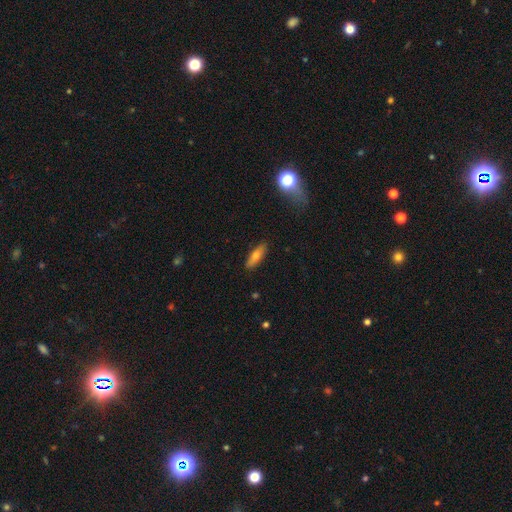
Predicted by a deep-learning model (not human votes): smooth 67%, featured or disk 26%, star or artifact 7%. Down the decision tree: how rounded — in between (49%); merging — none (87%).